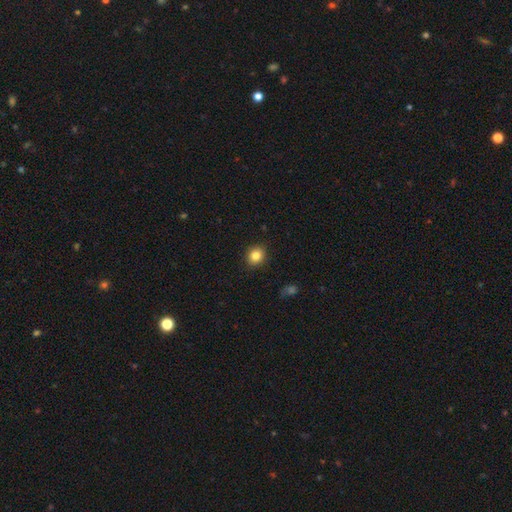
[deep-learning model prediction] Overall: smooth (84%). How rounded: round (77%). Merging: none (88%).